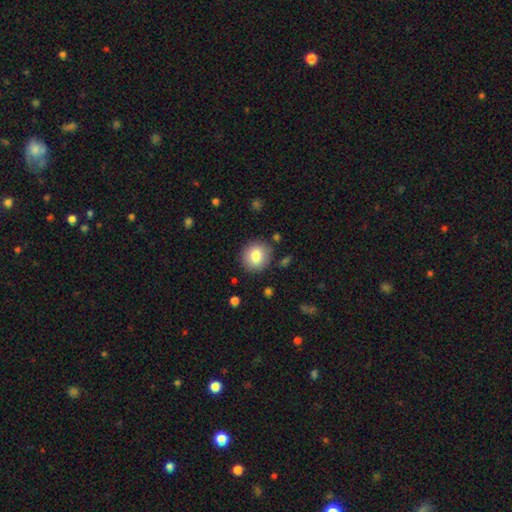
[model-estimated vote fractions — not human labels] Q: Smooth or featured?
A: smooth (82%); runner-up: featured or disk (9%)
Q: How rounded?
A: round (85%); runner-up: in between (14%)
Q: Merging?
A: none (86%); runner-up: minor disturbance (9%)